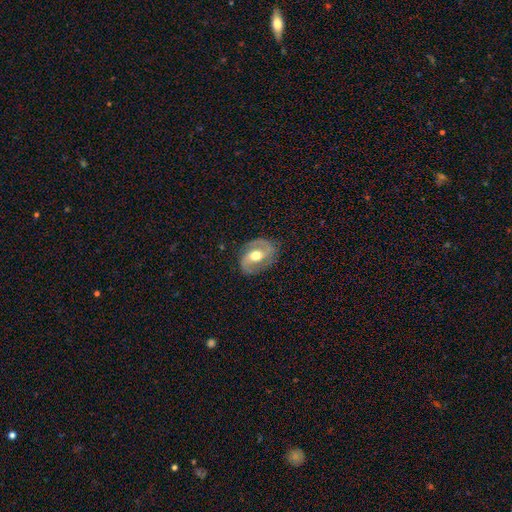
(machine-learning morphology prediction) The model was most divided on "bar": weak: 43%, no: 37%, strong: 21%. More confident: edge-on disk — no (97%); spiral arms — yes (94%); spiral arm count — 2 (91%); smooth or featured — featured or disk (84%); merging — none (82%); bulge size — moderate (75%); spiral winding — medium (53%).